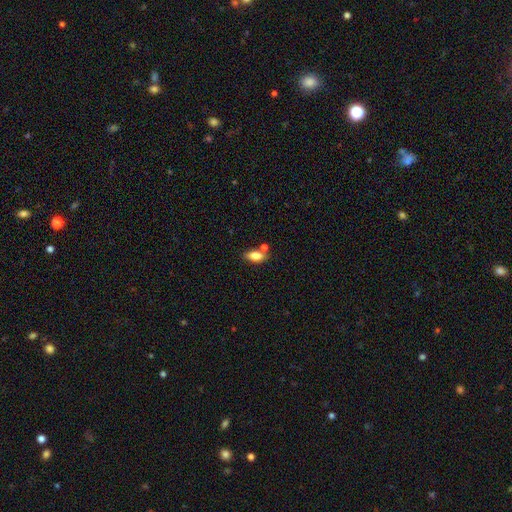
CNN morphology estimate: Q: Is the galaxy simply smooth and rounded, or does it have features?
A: smooth — 83%.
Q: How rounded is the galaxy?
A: in between — 86%.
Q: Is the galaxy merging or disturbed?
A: none — 61%.